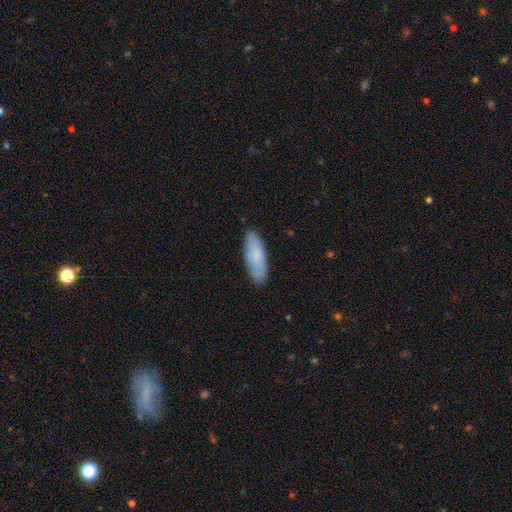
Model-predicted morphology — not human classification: A smooth galaxy with no disk features (79%) that is in between round and cigar-shaped (60%).

Vote fractions:
- Smooth or featured? smooth: 79% / featured or disk: 15% / star or artifact: 6%
- How rounded? in between: 60% / cigar-shaped: 39% / round: 2%
- Merging? none: 85% / minor disturbance: 12% / major disturbance: 2% / merger: 1%